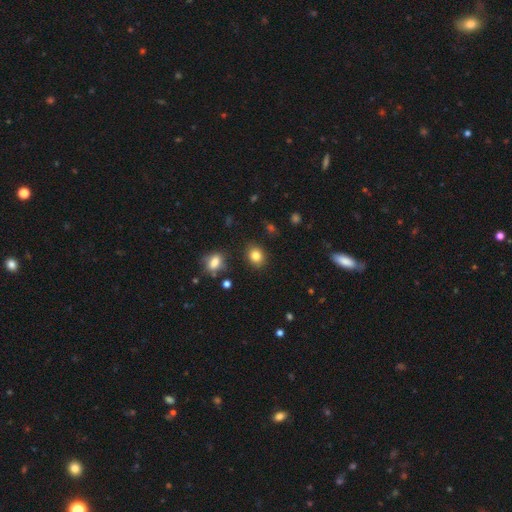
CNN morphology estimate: smooth-or-featured: smooth: 84% | star or artifact: 10% | featured or disk: 6%
  how-rounded: round: 56% | in between: 43% | cigar-shaped: 1%
  merging: none: 85% | minor disturbance: 9% | major disturbance: 3% | merger: 3%